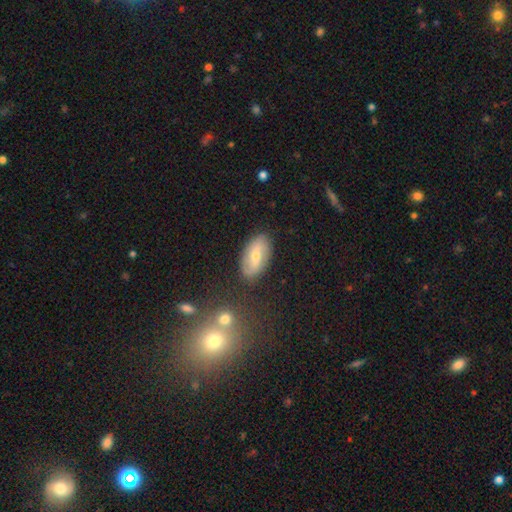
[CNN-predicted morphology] Smooth or featured: featured or disk — 46% (tied with smooth — 46%)
Merging: none — 82% (minor disturbance — 12%)